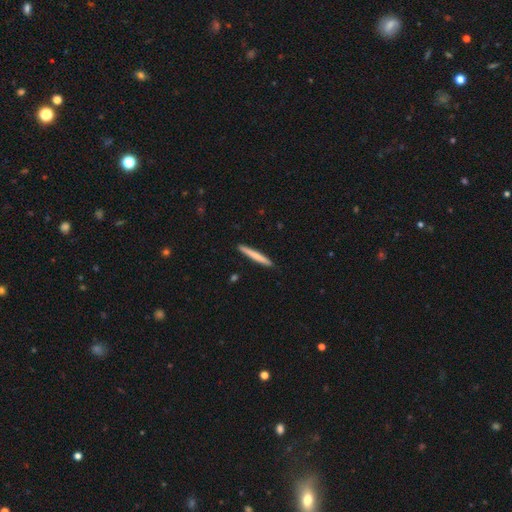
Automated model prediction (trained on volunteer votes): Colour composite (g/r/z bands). It shows a smooth galaxy with no disk features (69%) that is cigar-shaped (96%). Merging: none (91%).